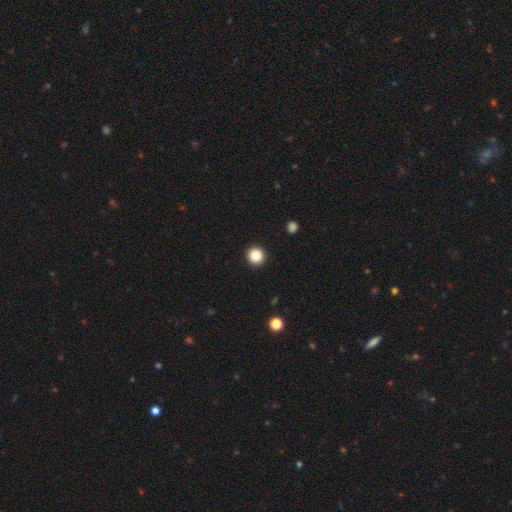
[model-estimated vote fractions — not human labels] The model was most divided on "smooth or featured": smooth: 86%, star or artifact: 10%, featured or disk: 4%. More confident: how rounded — round (95%); merging — none (93%).